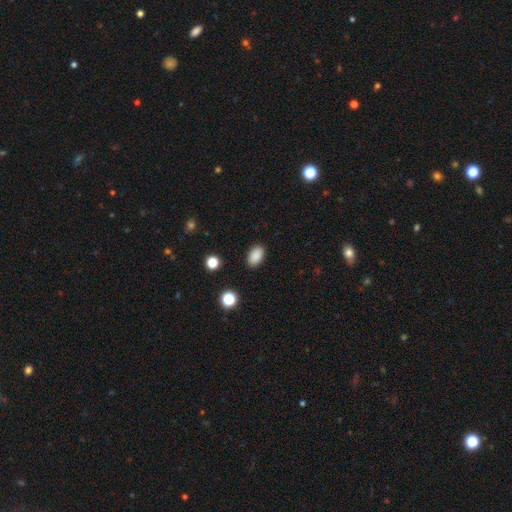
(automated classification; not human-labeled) Q: Smooth or featured?
A: smooth (87%); runner-up: star or artifact (9%)
Q: How rounded?
A: in between (90%); runner-up: round (8%)
Q: Merging?
A: none (88%); runner-up: minor disturbance (8%)